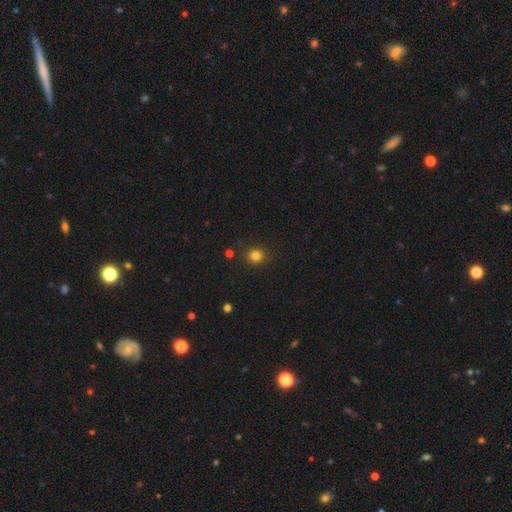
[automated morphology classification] smooth 81%, star or artifact 14%, featured or disk 5%. Down the decision tree: how rounded — round (88%); merging — none (89%).